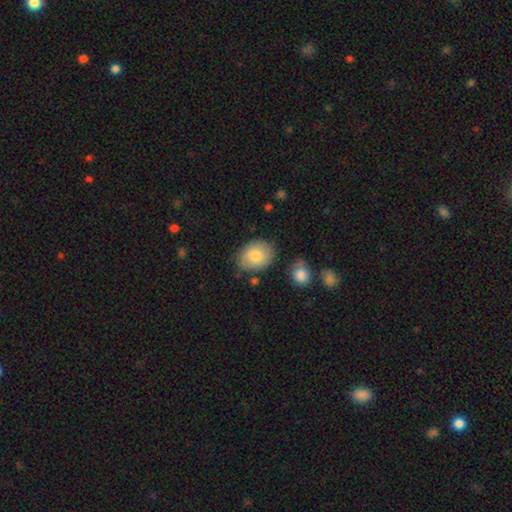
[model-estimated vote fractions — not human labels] smooth-or-featured: smooth: 81% | featured or disk: 12% | star or artifact: 7%
  how-rounded: in between: 68% | round: 31% | cigar-shaped: 1%
  merging: none: 77% | minor disturbance: 16% | merger: 4% | major disturbance: 3%